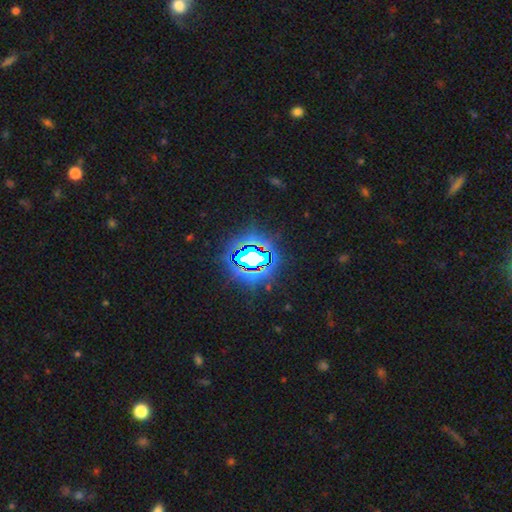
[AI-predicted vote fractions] Overall: star or artifact (80%).